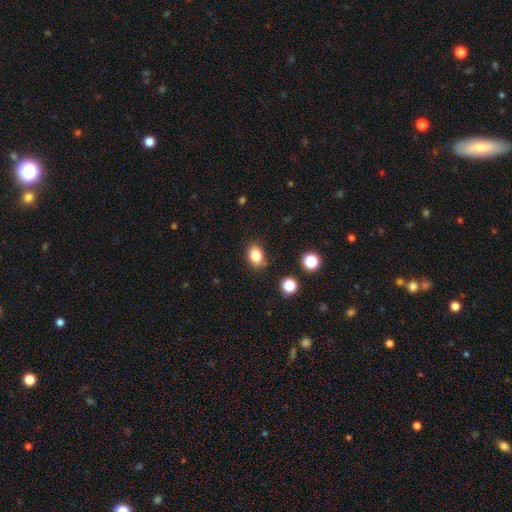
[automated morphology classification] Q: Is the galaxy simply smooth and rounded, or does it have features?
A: smooth — 84%.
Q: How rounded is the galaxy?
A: in between — 72%.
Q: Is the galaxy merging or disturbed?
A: none — 81%.